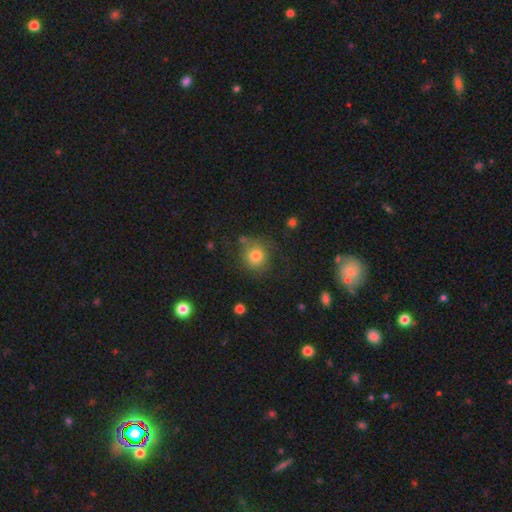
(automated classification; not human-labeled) The model was most divided on "merging": none: 68%, minor disturbance: 18%, major disturbance: 10%, merger: 4%. More confident: how rounded — round (87%); smooth or featured — smooth (76%).